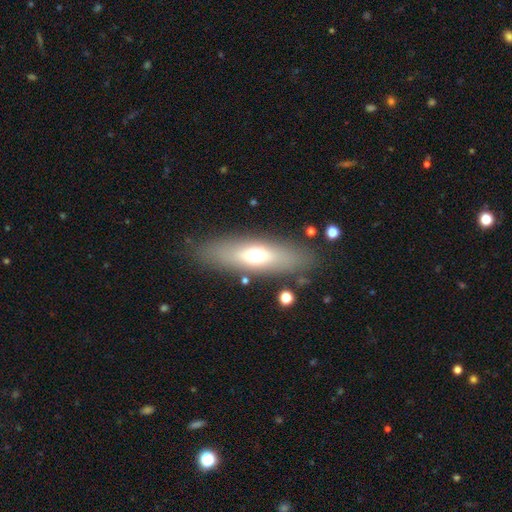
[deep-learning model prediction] Smooth or featured? Predicted: smooth (p=0.58). How rounded? Predicted: in between (p=0.51). Merging? Predicted: none (p=0.84).